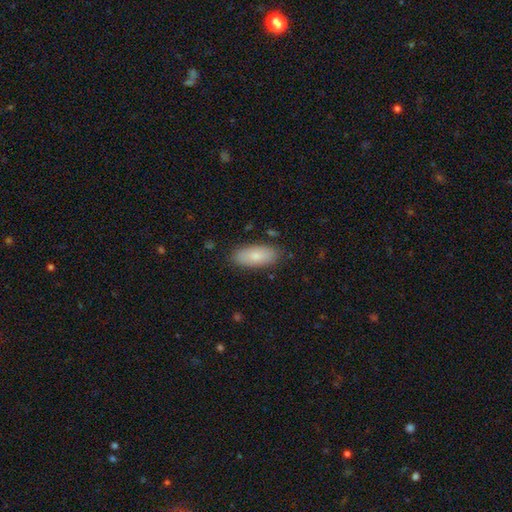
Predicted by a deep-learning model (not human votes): Overall: smooth (82%). How rounded: in between (87%). Merging: none (85%).